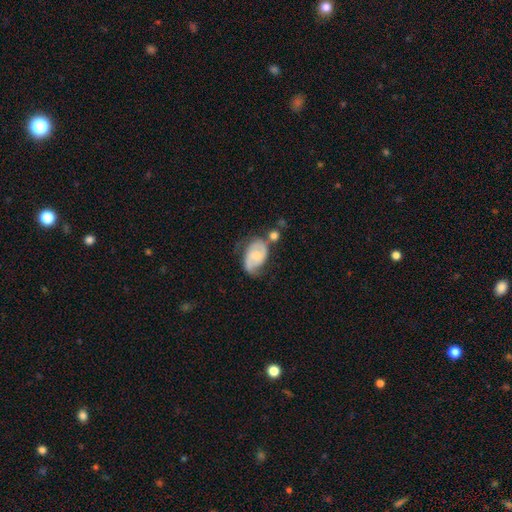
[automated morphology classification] Smooth or featured? Predicted: featured or disk (p=0.71). Edge-on disk? Predicted: no (p=0.97). Bar? Predicted: no (p=0.58). Spiral arms? Predicted: yes (p=0.90). Spiral winding? Predicted: medium (p=0.45). Spiral arm count? Predicted: 2 (p=0.79). Bulge size? Predicted: moderate (p=0.54). Merging? Predicted: none (p=0.46).